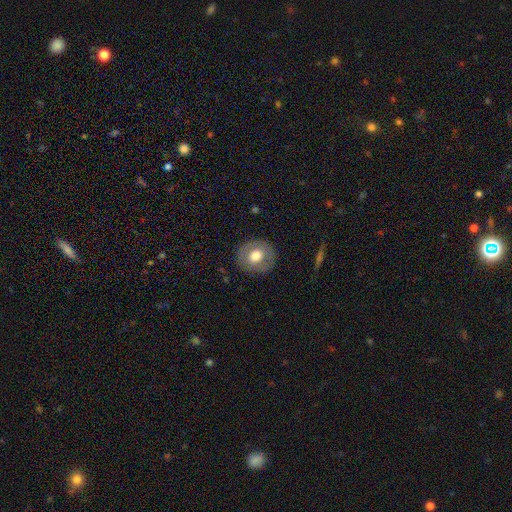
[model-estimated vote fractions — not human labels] smooth 63%, featured or disk 29%, star or artifact 7%. Down the decision tree: how rounded — round (80%); merging — none (85%).